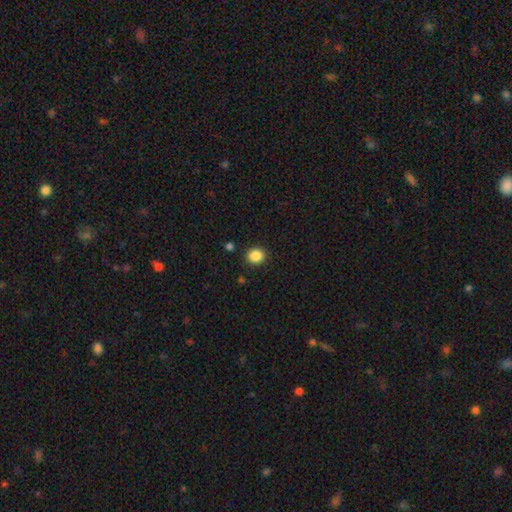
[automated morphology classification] Smooth or featured?
  - smooth: 87% *
  - star or artifact: 10%
  - featured or disk: 3%
How rounded?
  - round: 77% *
  - in between: 22%
  - cigar-shaped: 1%
Merging?
  - none: 89% *
  - minor disturbance: 7%
  - major disturbance: 2%
  - merger: 2%